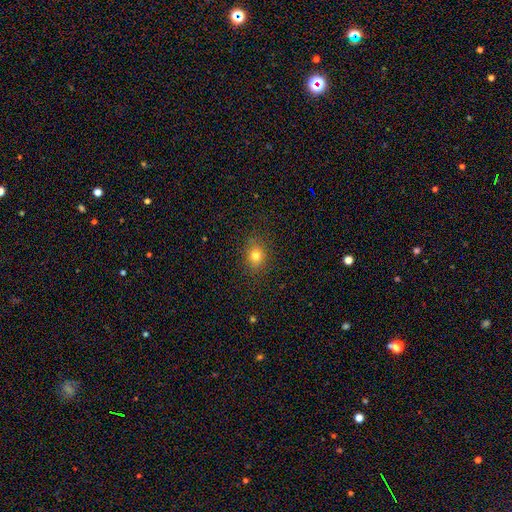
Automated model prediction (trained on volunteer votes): This is likely a smooth galaxy (78%). How rounded: likely round (63%). Merging: clearly none (85%).